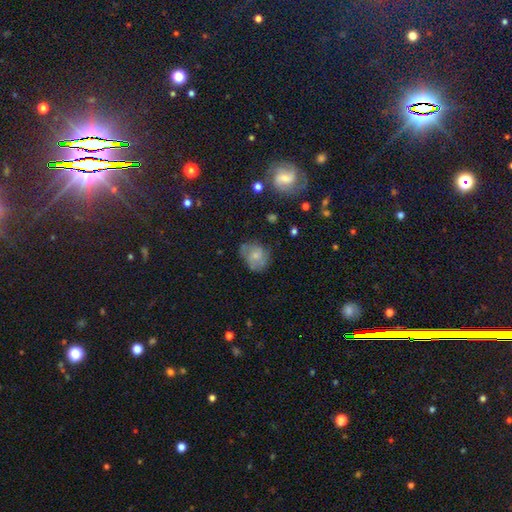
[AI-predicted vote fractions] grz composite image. It shows a smooth galaxy with no disk features (53%) that is round (51%). Merging: none (57%).